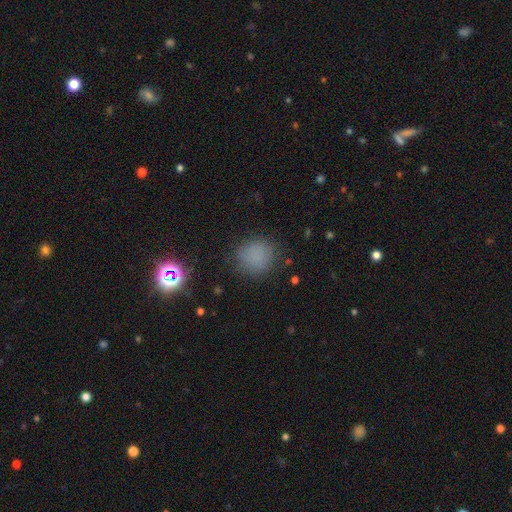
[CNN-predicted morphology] smooth_or_featured: smooth (p=0.75) [alt: star or artifact p=0.19]
how_rounded: round (p=0.85) [alt: in between p=0.14]
merging: none (p=0.79) [alt: minor disturbance p=0.14]